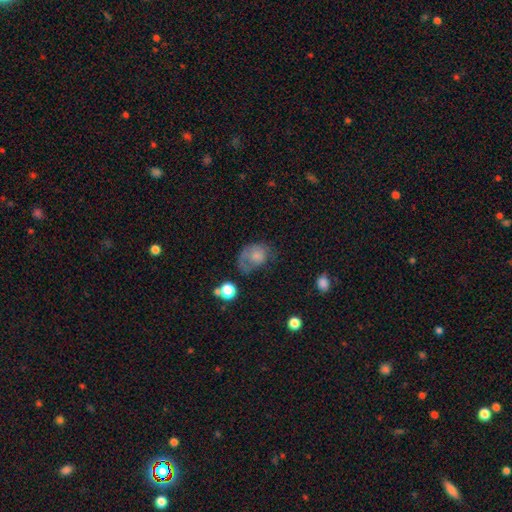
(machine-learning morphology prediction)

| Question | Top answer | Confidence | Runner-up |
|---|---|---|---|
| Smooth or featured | smooth | 63% | featured or disk (26%) |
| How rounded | in between | 59% | round (40%) |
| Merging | major disturbance | 38% | none (30%) |